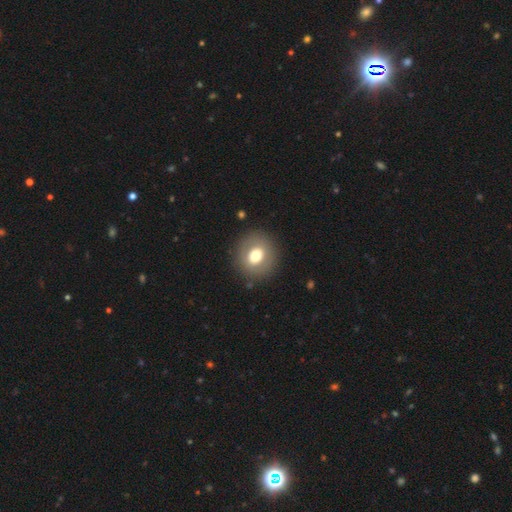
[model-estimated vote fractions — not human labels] The model was most divided on "smooth or featured": smooth: 67%, featured or disk: 25%, star or artifact: 9%. More confident: merging — none (87%); how rounded — round (80%).